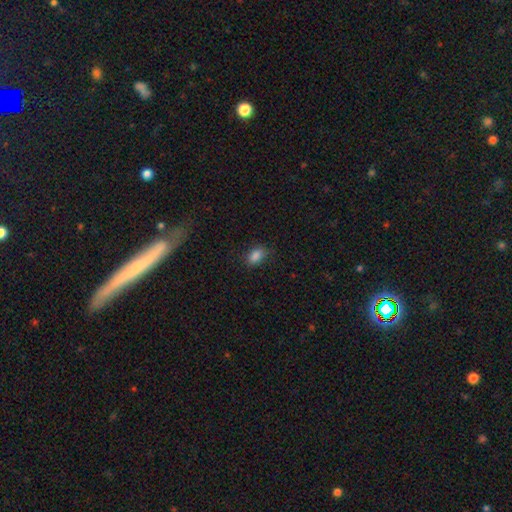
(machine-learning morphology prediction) Smooth or featured: smooth — 86% (star or artifact — 10%)
How rounded: in between — 87% (round — 11%)
Merging: none — 79% (minor disturbance — 16%)